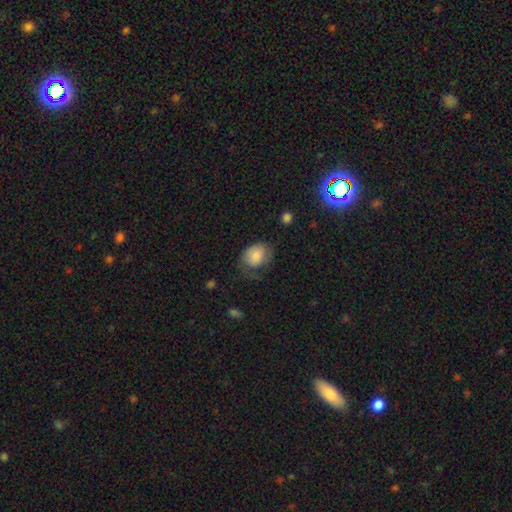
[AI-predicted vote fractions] A smooth galaxy with no disk features (79%) that is in between round and cigar-shaped (63%).

Vote fractions:
- Smooth or featured? smooth: 79% / featured or disk: 14% / star or artifact: 7%
- How rounded? in between: 63% / round: 36% / cigar-shaped: 1%
- Merging? none: 43% / minor disturbance: 32% / major disturbance: 24% / merger: 2%